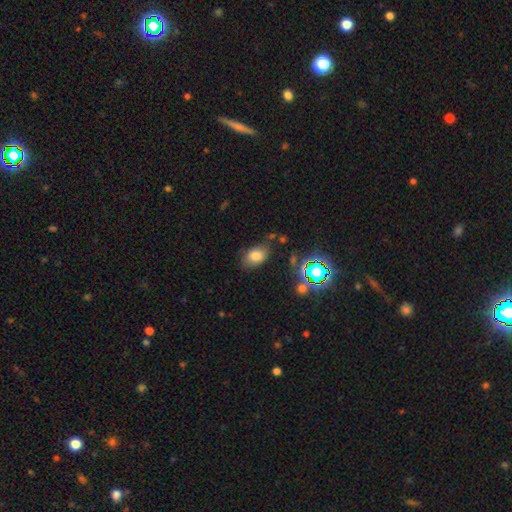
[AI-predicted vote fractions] Overall: smooth (76%). How rounded: in between (83%). Merging: none (68%).